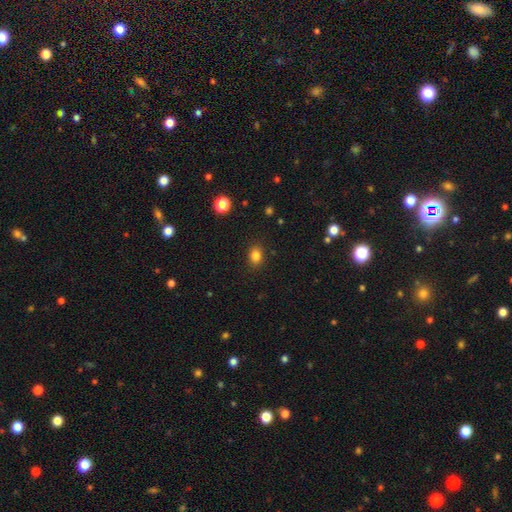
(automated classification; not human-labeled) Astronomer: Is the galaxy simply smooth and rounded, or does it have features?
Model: smooth — 83%.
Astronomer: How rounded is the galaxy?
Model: in between — 60% (runner-up: round, 39%).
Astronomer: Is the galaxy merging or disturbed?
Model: none — 88%.